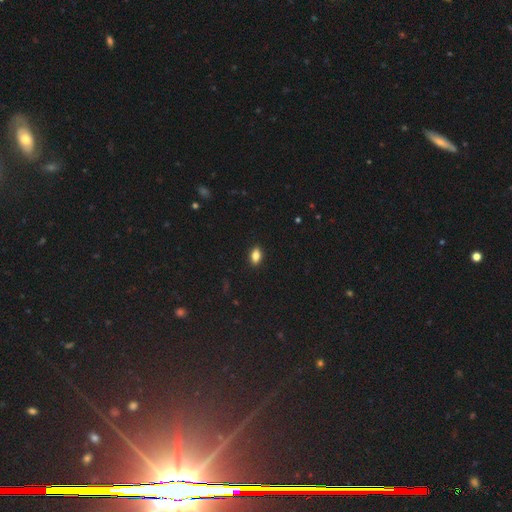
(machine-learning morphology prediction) A smooth galaxy with no disk features (84%) that is in between round and cigar-shaped (89%). Merging: none (90%).